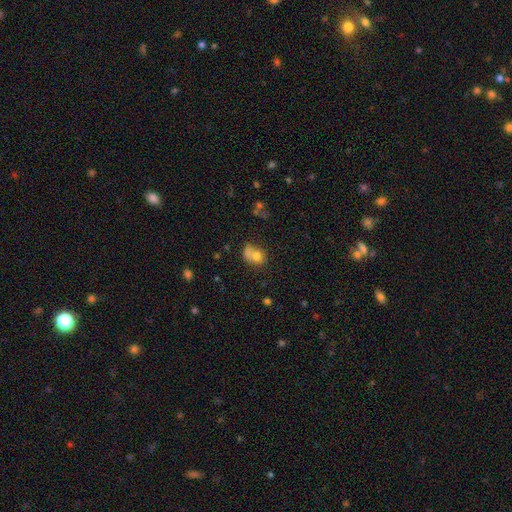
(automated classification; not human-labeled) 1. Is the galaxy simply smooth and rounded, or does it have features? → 71% smooth, 18% featured or disk, 11% star or artifact.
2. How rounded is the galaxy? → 52% in between, 47% round, 1% cigar-shaped.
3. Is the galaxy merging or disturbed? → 36% merger, 31% none, 18% minor disturbance, 14% major disturbance.